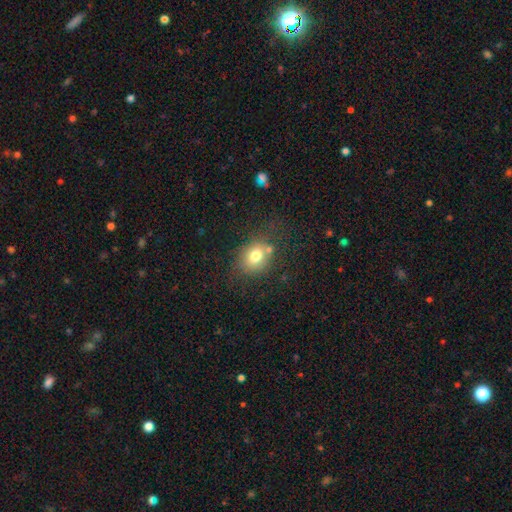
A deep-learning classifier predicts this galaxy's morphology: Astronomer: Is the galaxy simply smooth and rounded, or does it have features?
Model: smooth — 75%.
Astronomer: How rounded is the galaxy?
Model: round — 53% (runner-up: in between, 46%).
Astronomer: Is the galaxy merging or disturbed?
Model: none — 66%.